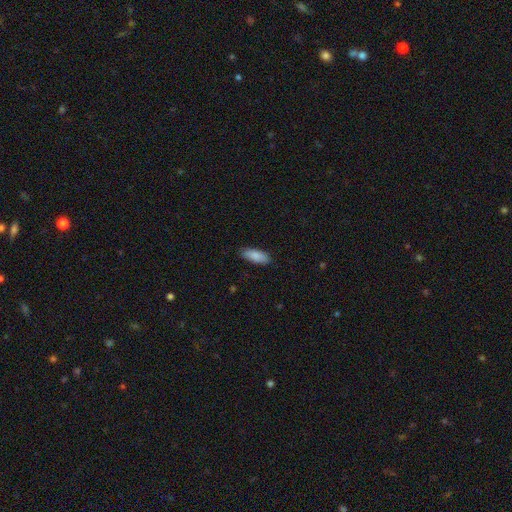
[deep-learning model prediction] The model was most divided on "how rounded": in between: 75%, cigar-shaped: 23%, round: 2%. More confident: smooth or featured — smooth (87%); merging — none (86%).